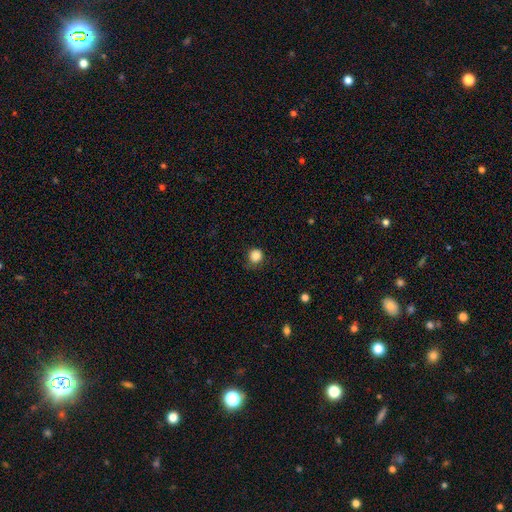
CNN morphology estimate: smooth_or_featured: smooth (p=0.86) [alt: star or artifact p=0.10]
how_rounded: round (p=0.90) [alt: in between p=0.09]
merging: none (p=0.75) [alt: minor disturbance p=0.18]